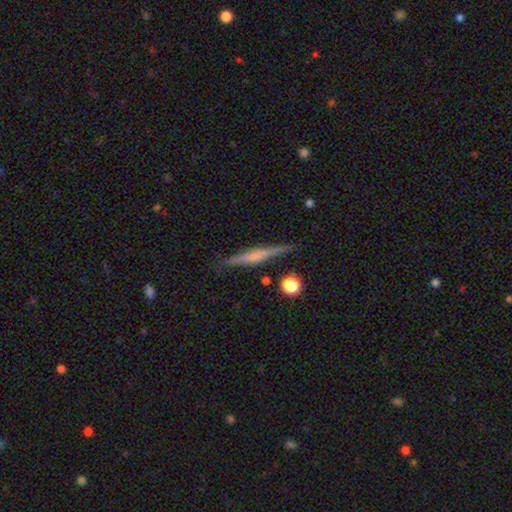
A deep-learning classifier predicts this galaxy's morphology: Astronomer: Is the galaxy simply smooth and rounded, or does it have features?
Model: featured or disk — 60%.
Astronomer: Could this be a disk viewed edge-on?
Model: yes — 97%.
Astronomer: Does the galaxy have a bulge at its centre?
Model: rounded — 45% (runner-up: none, 33%).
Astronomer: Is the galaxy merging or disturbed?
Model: none — 86%.